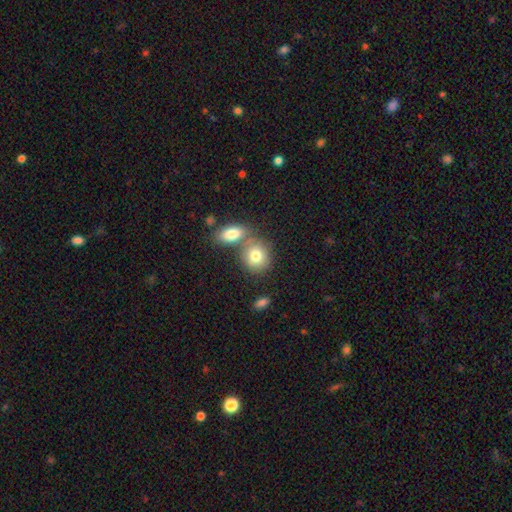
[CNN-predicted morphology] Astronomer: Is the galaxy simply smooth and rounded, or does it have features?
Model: smooth — 79%.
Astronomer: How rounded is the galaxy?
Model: round — 63%.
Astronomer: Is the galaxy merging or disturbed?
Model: none — 49% (runner-up: merger, 37%).